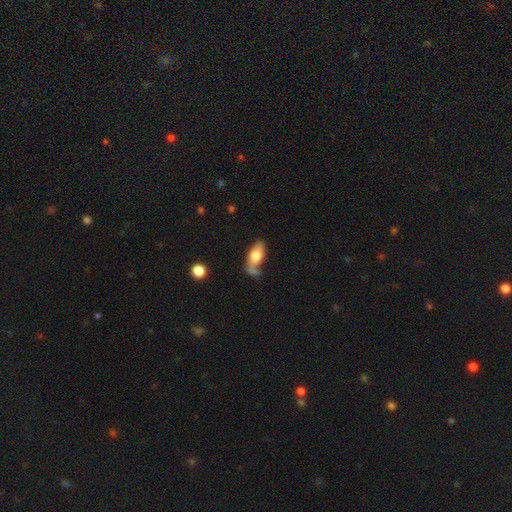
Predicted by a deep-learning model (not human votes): Smooth or featured?
  - smooth: 68% *
  - featured or disk: 25%
  - star or artifact: 7%
How rounded?
  - in between: 86% *
  - cigar-shaped: 10%
  - round: 4%
Merging?
  - none: 45% *
  - minor disturbance: 22%
  - merger: 20%
  - major disturbance: 12%